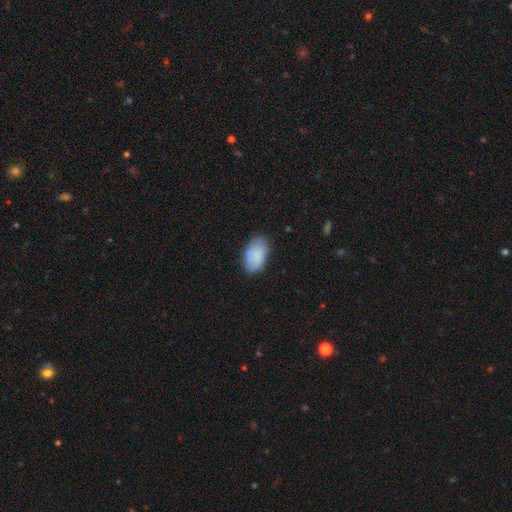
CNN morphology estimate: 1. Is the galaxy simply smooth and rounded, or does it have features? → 83% smooth, 10% featured or disk, 7% star or artifact.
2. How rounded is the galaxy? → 92% in between, 6% round, 1% cigar-shaped.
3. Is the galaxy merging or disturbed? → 72% none, 22% minor disturbance, 5% major disturbance, 2% merger.